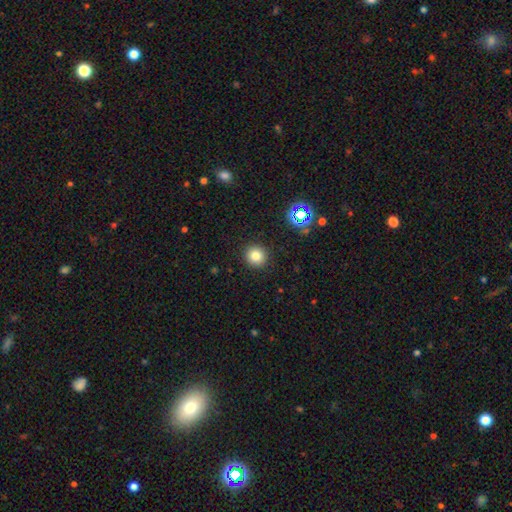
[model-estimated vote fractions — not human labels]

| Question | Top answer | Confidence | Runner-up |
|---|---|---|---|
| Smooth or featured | smooth | 79% | star or artifact (15%) |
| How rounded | round | 92% | in between (7%) |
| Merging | none | 91% | minor disturbance (5%) |